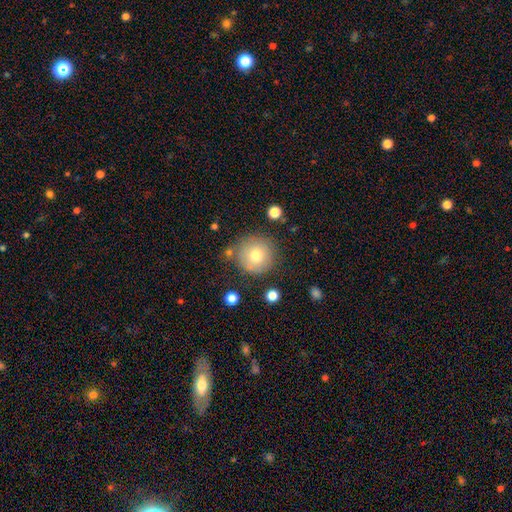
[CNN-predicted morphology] Smooth or featured? Predicted: smooth (p=0.74). How rounded? Predicted: round (p=0.95). Merging? Predicted: none (p=0.80).